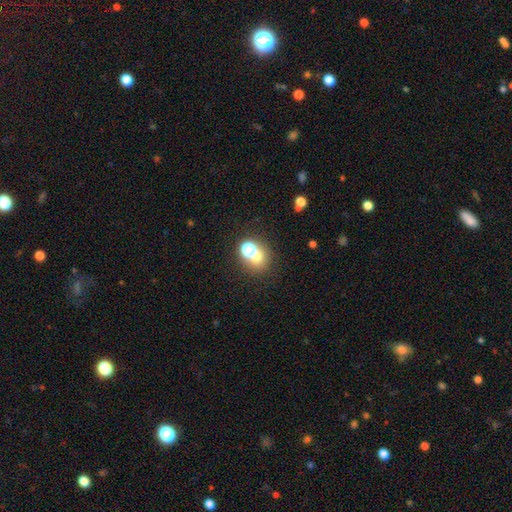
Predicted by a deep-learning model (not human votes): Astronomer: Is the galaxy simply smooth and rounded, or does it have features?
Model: smooth — 62%.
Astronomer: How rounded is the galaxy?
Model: round — 75%.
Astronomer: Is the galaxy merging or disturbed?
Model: none — 50% (runner-up: merger, 37%).